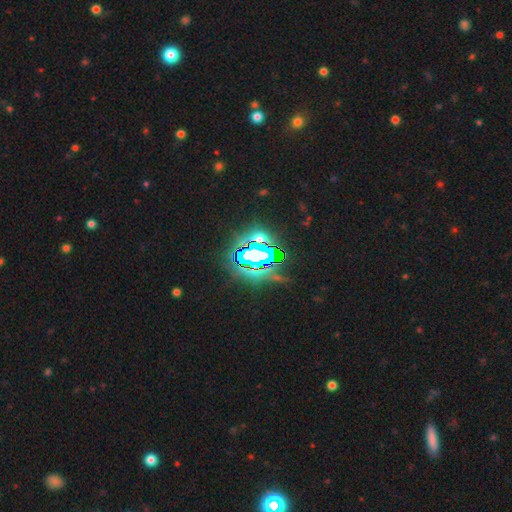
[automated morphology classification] This is clearly a star or artifact rather than a galaxy (81%).